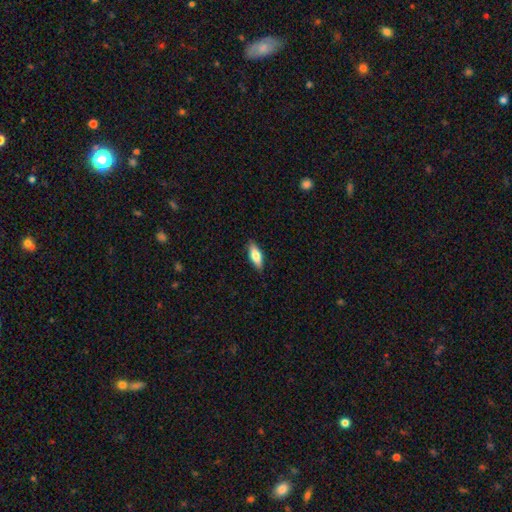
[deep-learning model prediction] This appears to be a smooth galaxy with no disk features (74%) that is in between round and cigar-shaped (69%). Merging: none (87%).